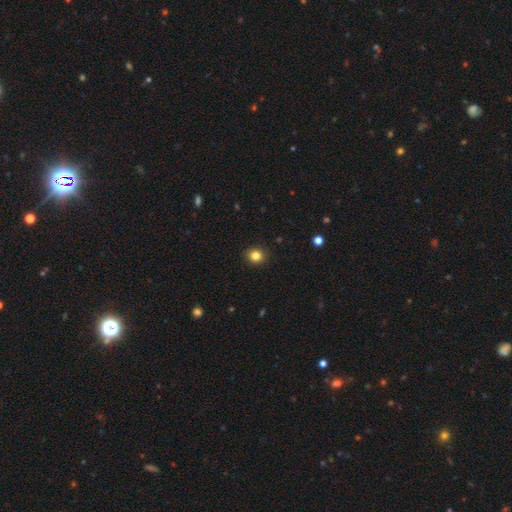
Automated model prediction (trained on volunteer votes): Smooth or featured? smooth (84%)
How rounded? round (84%)
Merging? none (92%)